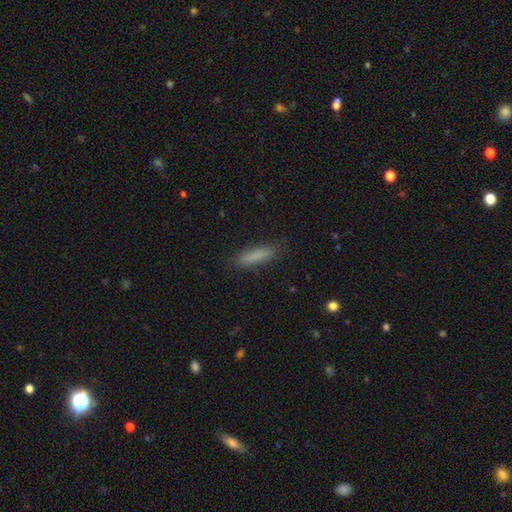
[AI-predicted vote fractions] The model was most divided on "how rounded": cigar-shaped: 81%, in between: 18%, round: 1%. More confident: merging — none (89%); smooth or featured — smooth (84%).